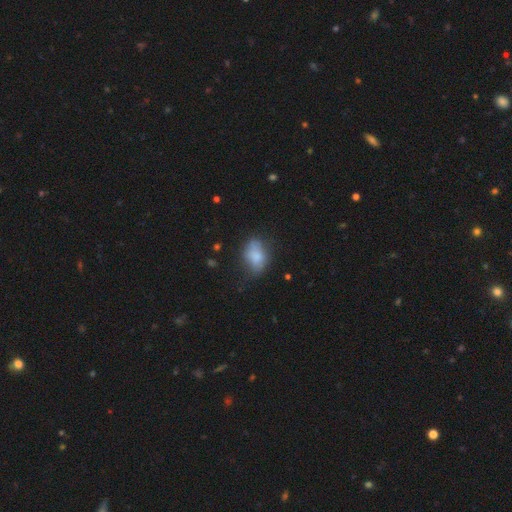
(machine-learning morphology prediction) smooth 73%, featured or disk 18%, star or artifact 9%. Down the decision tree: how rounded — in between (79%); merging — none (51%).